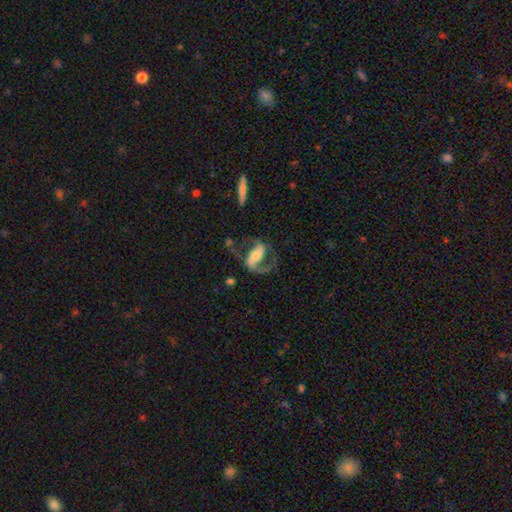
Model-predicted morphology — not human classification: Smooth or featured?
  - featured or disk: 82% *
  - smooth: 13%
  - star or artifact: 6%
Edge-on disk?
  - no: 95% *
  - yes: 5%
Bar?
  - strong: 45% *
  - weak: 31%
  - no: 23%
Spiral arms?
  - yes: 92% *
  - no: 8%
Spiral winding?
  - medium: 47% *
  - loose: 40%
  - tight: 14%
Spiral arm count?
  - 2: 72% *
  - 1: 22%
  - can't tell: 3%
  - 3: 1%
  - 4: 1%
  - more than 4: 1%
Bulge size?
  - moderate: 51% *
  - small: 31%
  - large: 12%
  - none: 4%
  - dominant: 2%
Merging?
  - none: 53% *
  - major disturbance: 28%
  - minor disturbance: 15%
  - merger: 3%